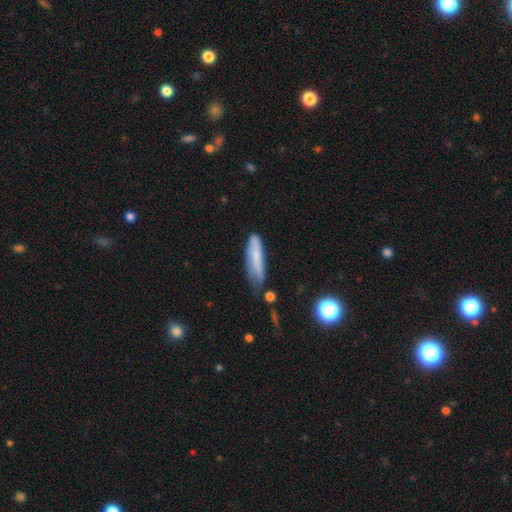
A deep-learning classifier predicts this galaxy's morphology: This appears to be a smooth galaxy with no disk features (59%) that is cigar-shaped (78%). Merging: none (70%).